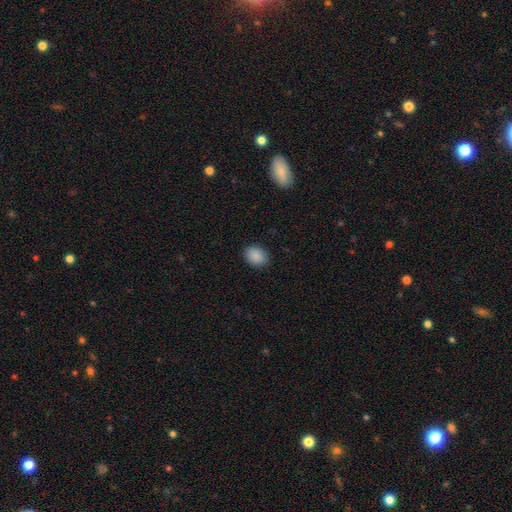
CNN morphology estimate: smooth_or_featured: smooth (p=0.89) [alt: star or artifact p=0.07]
how_rounded: in between (p=0.76) [alt: round p=0.23]
merging: none (p=0.88) [alt: minor disturbance p=0.09]